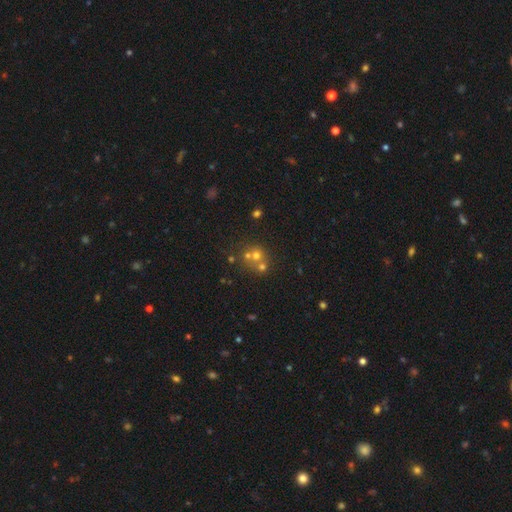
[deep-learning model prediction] smooth 53%, star or artifact 25%, featured or disk 22%. Down the decision tree: how rounded — round (83%); merging — merger (46%).